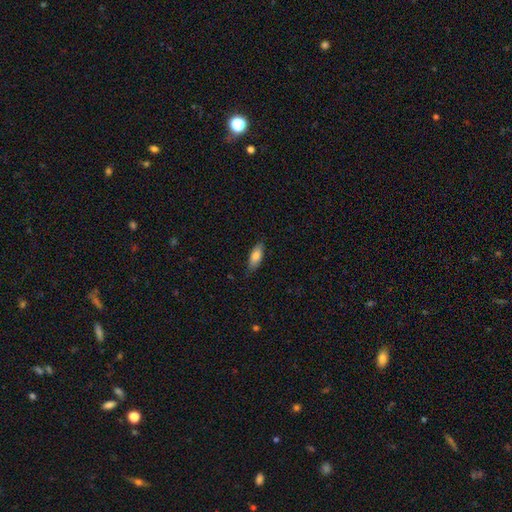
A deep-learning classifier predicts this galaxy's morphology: smooth_or_featured: smooth (p=0.79) [alt: featured or disk p=0.15]
how_rounded: in between (p=0.70) [alt: cigar-shaped p=0.28]
merging: none (p=0.81) [alt: minor disturbance p=0.15]